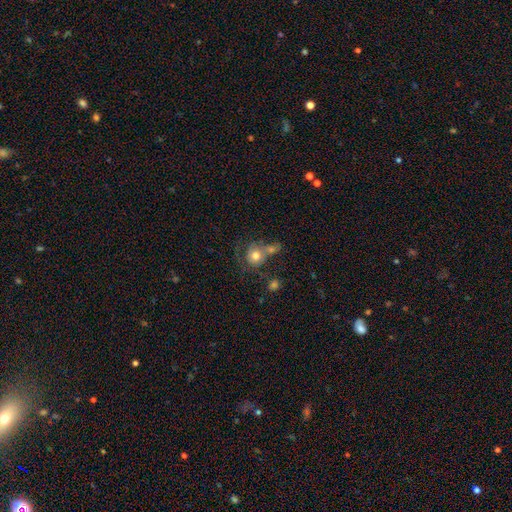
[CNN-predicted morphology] Overall: smooth (72%). How rounded: round (82%). Merging: none (36%, tied with merger).